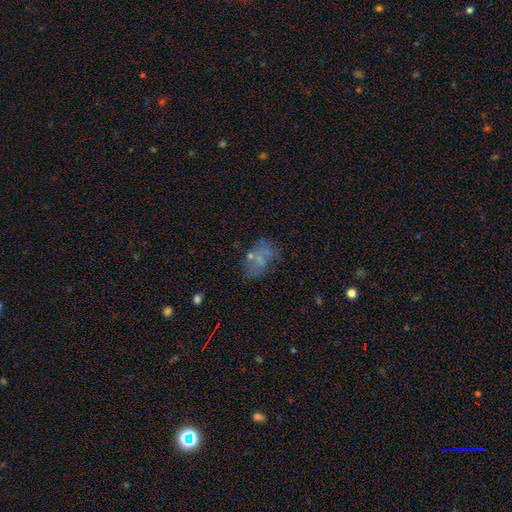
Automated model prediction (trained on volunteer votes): A featured or disk galaxy (40%).

Vote fractions:
- Smooth or featured? featured or disk: 40% / smooth: 37% / star or artifact: 23%
- Merging? none: 53% / minor disturbance: 20% / major disturbance: 18% / merger: 9%